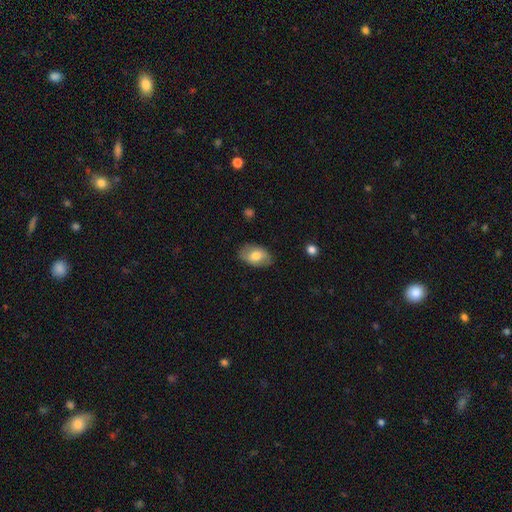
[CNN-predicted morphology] Smooth or featured?
  - smooth: 69% *
  - featured or disk: 25%
  - star or artifact: 6%
How rounded?
  - in between: 90% *
  - round: 8%
  - cigar-shaped: 1%
Merging?
  - none: 80% *
  - minor disturbance: 15%
  - major disturbance: 3%
  - merger: 1%